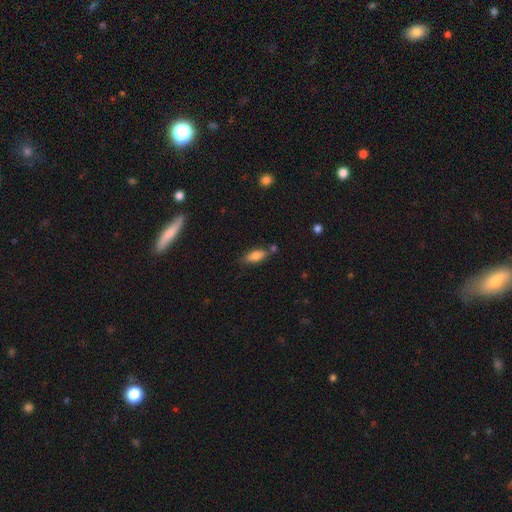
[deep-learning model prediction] The model was most divided on "merging": none: 67%, minor disturbance: 18%, merger: 11%, major disturbance: 4%. More confident: smooth or featured — smooth (78%); how rounded — in between (75%).